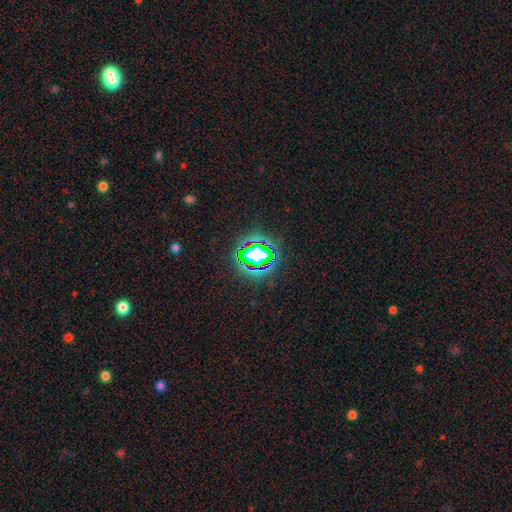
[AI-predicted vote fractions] smooth_or_featured: star or artifact (p=0.64) [alt: smooth p=0.21]